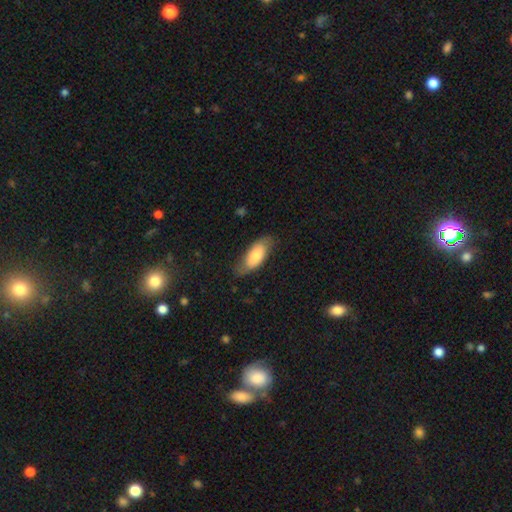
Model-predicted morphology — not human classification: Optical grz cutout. It shows a smooth galaxy with no disk features (76%) that is in between round and cigar-shaped (82%). Merging: none (69%).